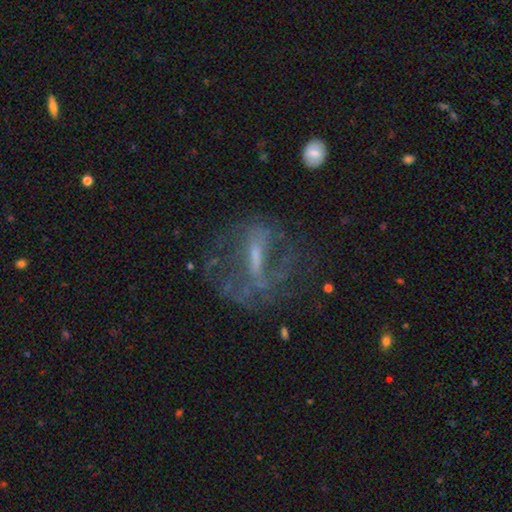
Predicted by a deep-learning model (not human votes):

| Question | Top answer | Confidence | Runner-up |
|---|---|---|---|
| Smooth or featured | featured or disk | 71% | smooth (16%) |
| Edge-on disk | no | 89% | yes (11%) |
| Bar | strong | 44% | weak (35%) |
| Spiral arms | yes | 53% | no (47%) |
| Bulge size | small | 42% | moderate (28%) |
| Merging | none | 51% | major disturbance (29%) |